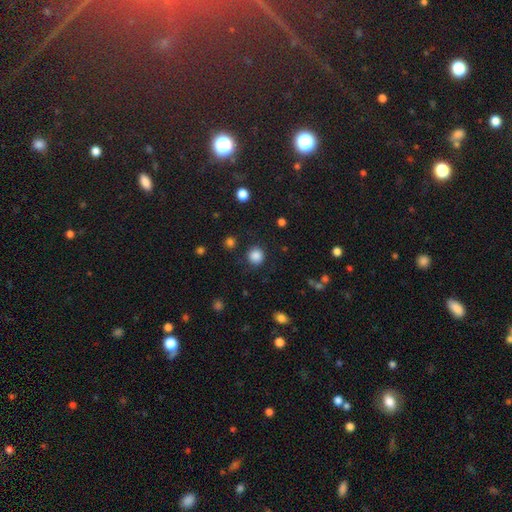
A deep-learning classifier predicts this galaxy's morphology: This appears to be a smooth galaxy with no disk features (86%) that is round (93%). Merging: none (87%).